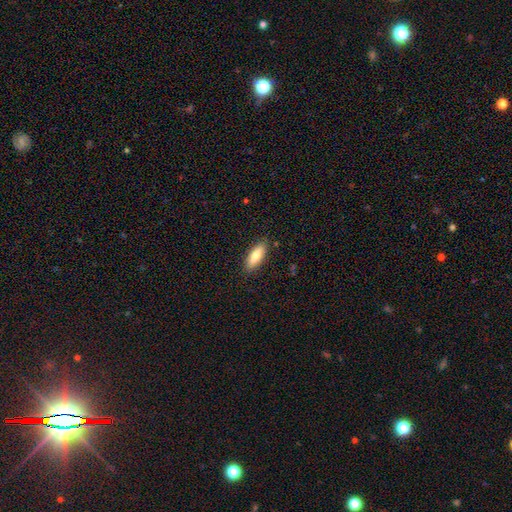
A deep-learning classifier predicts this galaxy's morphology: Smooth or featured: smooth — 75% (featured or disk — 19%)
How rounded: in between — 62% (cigar-shaped — 36%)
Merging: none — 87% (minor disturbance — 10%)